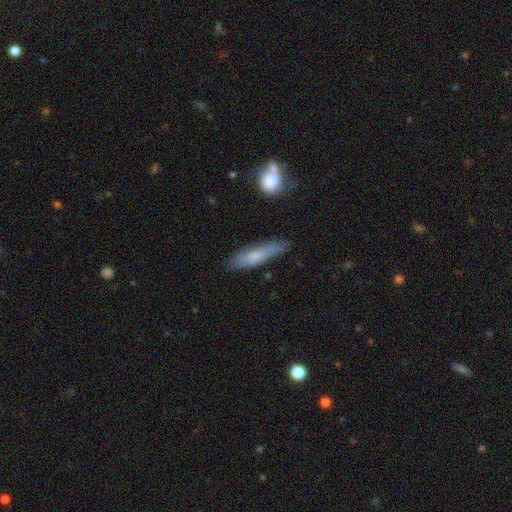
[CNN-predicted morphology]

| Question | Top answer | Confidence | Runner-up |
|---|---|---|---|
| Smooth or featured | smooth | 67% | featured or disk (26%) |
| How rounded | cigar-shaped | 76% | in between (21%) |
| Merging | none | 73% | minor disturbance (19%) |